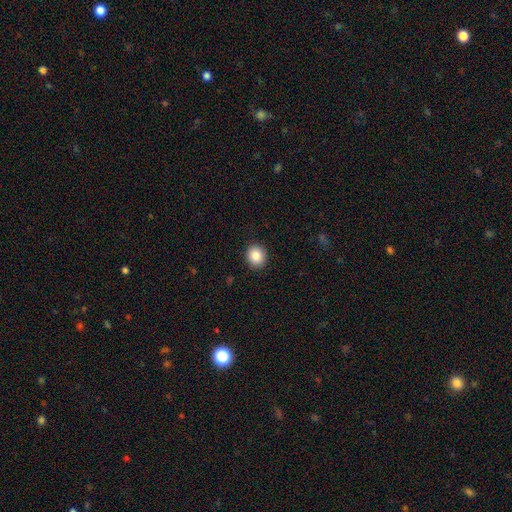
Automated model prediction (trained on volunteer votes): smooth 86%, star or artifact 9%, featured or disk 5%. Down the decision tree: how rounded — round (80%); merging — none (91%).